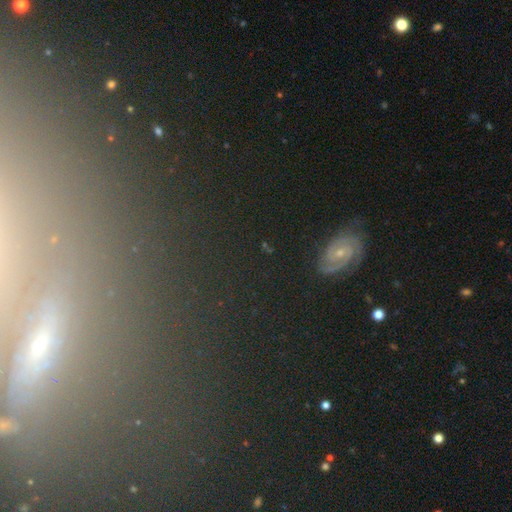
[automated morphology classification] This appears to be a star or artifact, not a galaxy (41%).